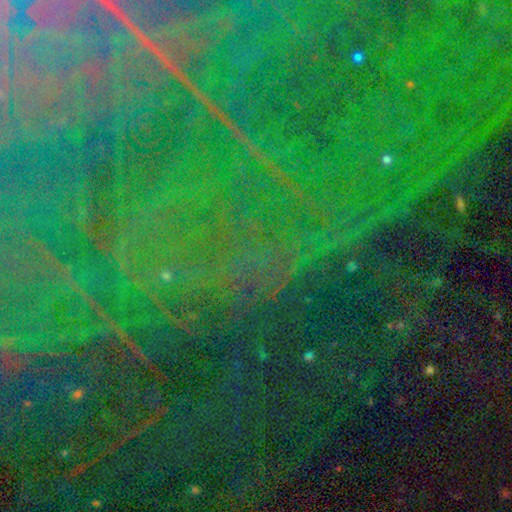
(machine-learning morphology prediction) type=star or artifact (89%).